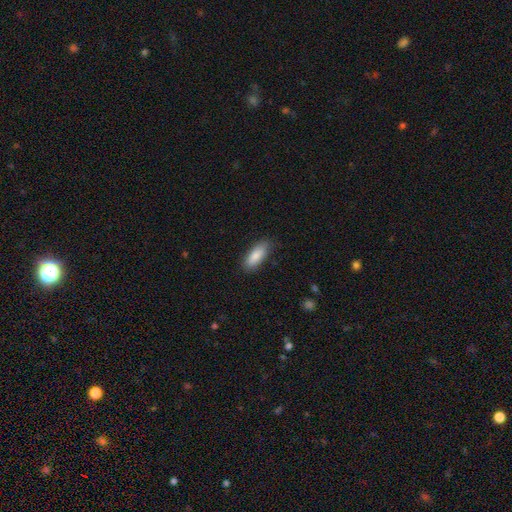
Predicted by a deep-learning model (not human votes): Smooth or featured?
  - smooth: 86% *
  - featured or disk: 8%
  - star or artifact: 6%
How rounded?
  - in between: 77% *
  - cigar-shaped: 21%
  - round: 2%
Merging?
  - none: 82% *
  - minor disturbance: 14%
  - major disturbance: 3%
  - merger: 1%